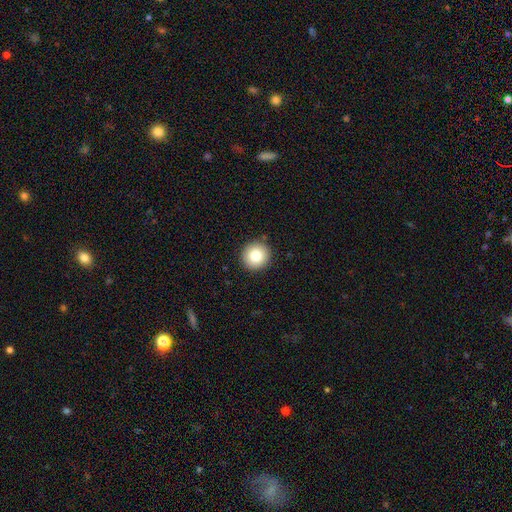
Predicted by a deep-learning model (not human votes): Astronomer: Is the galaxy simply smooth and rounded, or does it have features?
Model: smooth — 82%.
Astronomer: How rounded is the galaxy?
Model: round — 95%.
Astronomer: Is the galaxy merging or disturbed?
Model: none — 91%.